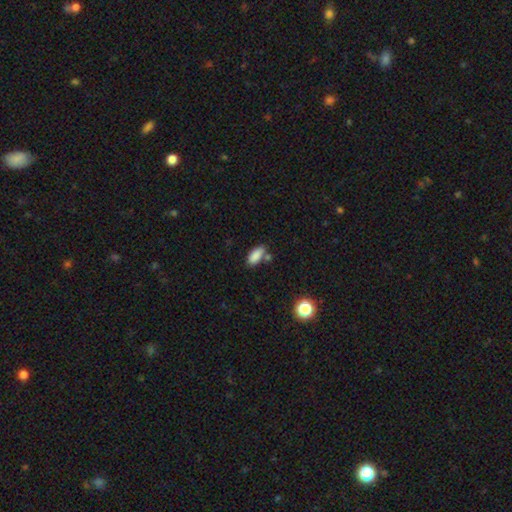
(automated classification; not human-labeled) Q: Smooth or featured?
A: smooth (85%); runner-up: star or artifact (9%)
Q: How rounded?
A: in between (86%); runner-up: cigar-shaped (11%)
Q: Merging?
A: none (63%); runner-up: minor disturbance (18%)